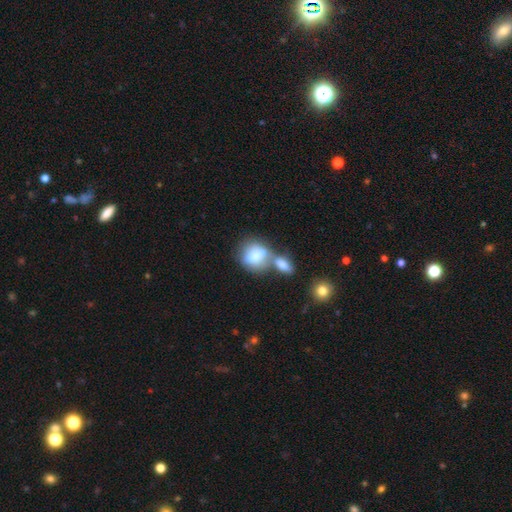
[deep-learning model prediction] smooth_or_featured: smooth (p=0.68) [alt: featured or disk p=0.23]
how_rounded: in between (p=0.57) [alt: round p=0.39]
merging: merger (p=0.53) [alt: none p=0.28]